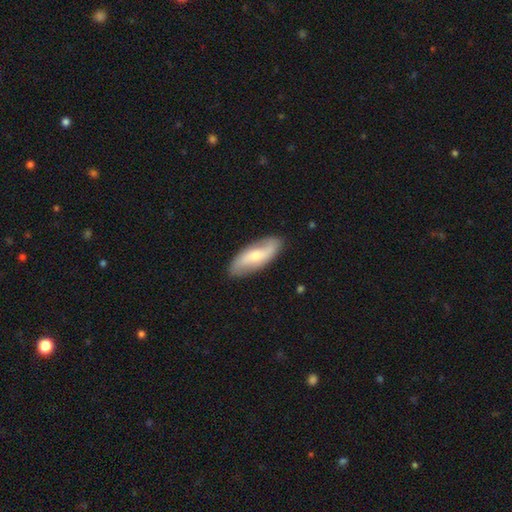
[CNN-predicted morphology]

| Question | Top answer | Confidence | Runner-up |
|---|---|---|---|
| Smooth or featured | featured or disk | 53% | smooth (41%) |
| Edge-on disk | no | 86% | yes (14%) |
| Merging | none | 85% | minor disturbance (11%) |